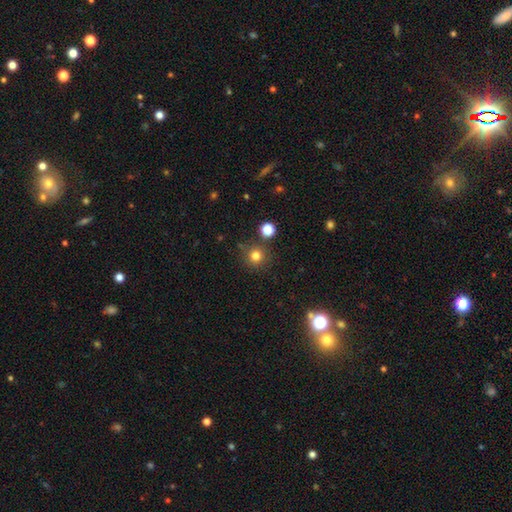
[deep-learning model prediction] Overall: smooth (79%). How rounded: round (94%). Merging: none (83%).